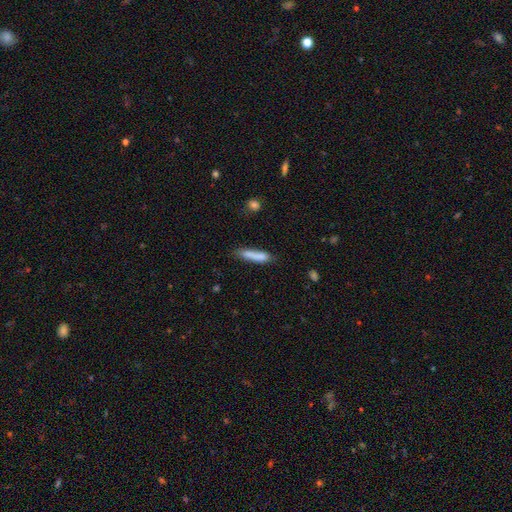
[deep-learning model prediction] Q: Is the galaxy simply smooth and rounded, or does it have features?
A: smooth — 80%.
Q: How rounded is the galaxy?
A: cigar-shaped — 84%.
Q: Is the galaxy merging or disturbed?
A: none — 68%.